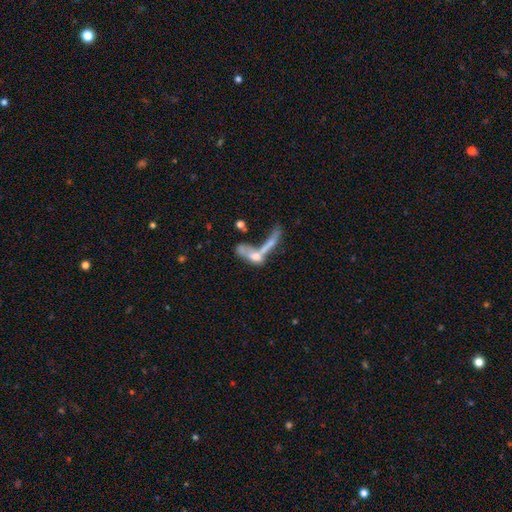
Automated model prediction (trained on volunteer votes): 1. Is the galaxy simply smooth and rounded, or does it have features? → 44% featured or disk, 34% smooth, 22% star or artifact.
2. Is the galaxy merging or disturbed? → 55% merger, 23% none, 13% major disturbance, 9% minor disturbance.